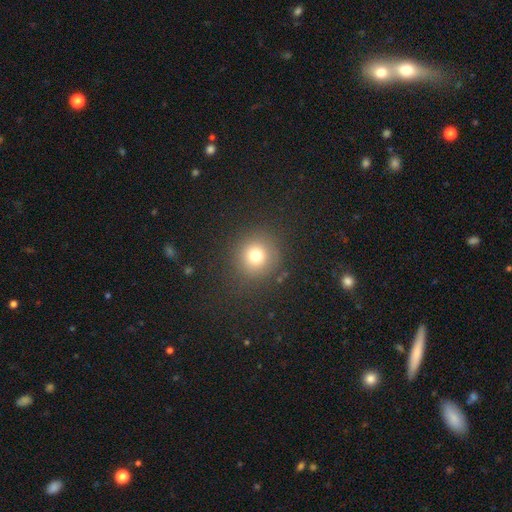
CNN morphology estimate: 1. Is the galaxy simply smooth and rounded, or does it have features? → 75% smooth, 16% star or artifact, 9% featured or disk.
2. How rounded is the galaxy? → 92% round, 7% in between, 1% cigar-shaped.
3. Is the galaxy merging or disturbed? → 86% none, 8% minor disturbance, 4% major disturbance, 2% merger.